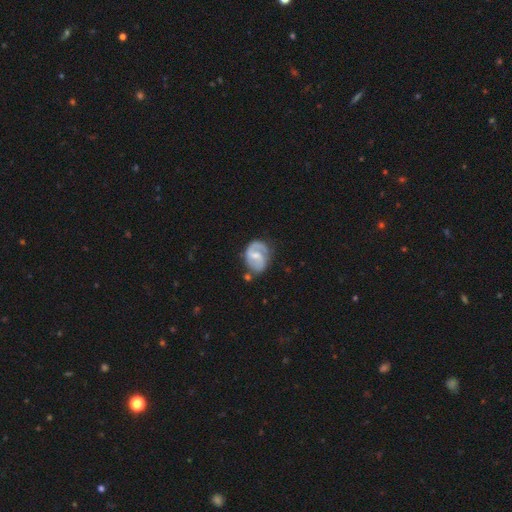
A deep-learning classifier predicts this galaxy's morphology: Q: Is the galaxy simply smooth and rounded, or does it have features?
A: featured or disk — 80%.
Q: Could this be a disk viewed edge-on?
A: no — 98%.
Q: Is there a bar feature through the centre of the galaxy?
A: weak — 55%.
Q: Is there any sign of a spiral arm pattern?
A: yes — 93%.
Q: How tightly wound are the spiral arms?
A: medium — 50%.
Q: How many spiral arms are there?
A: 2 — 79%.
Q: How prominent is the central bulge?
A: moderate — 45%.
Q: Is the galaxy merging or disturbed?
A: none — 61%.